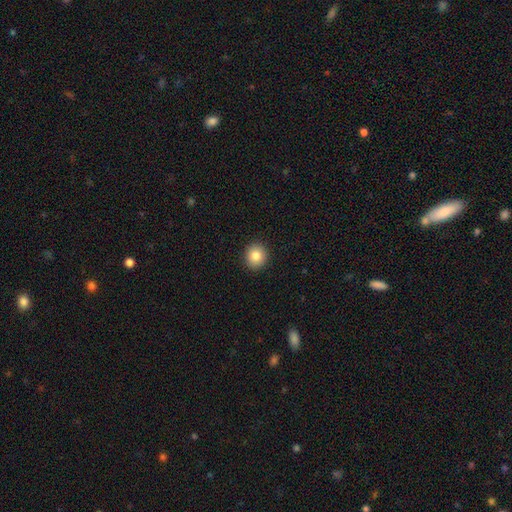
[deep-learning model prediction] Smooth or featured?
  - smooth: 85% *
  - star or artifact: 9%
  - featured or disk: 6%
How rounded?
  - round: 84% *
  - in between: 15%
  - cigar-shaped: 1%
Merging?
  - none: 92% *
  - minor disturbance: 5%
  - major disturbance: 2%
  - merger: 1%